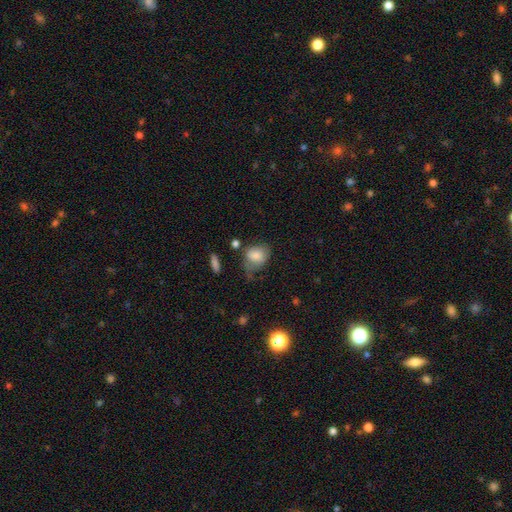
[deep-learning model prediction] Morphology: type=smooth (78%); roundness=in between (54%); merging=none (42%).